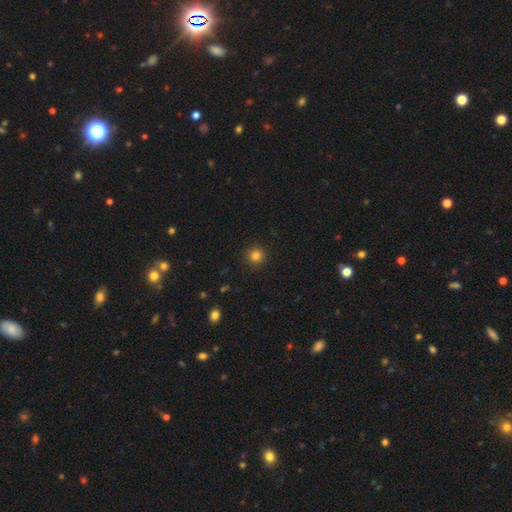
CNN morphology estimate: Smooth or featured?
  - smooth: 82% *
  - star or artifact: 13%
  - featured or disk: 5%
How rounded?
  - round: 94% *
  - in between: 5%
  - cigar-shaped: 1%
Merging?
  - none: 92% *
  - minor disturbance: 5%
  - major disturbance: 2%
  - merger: 1%